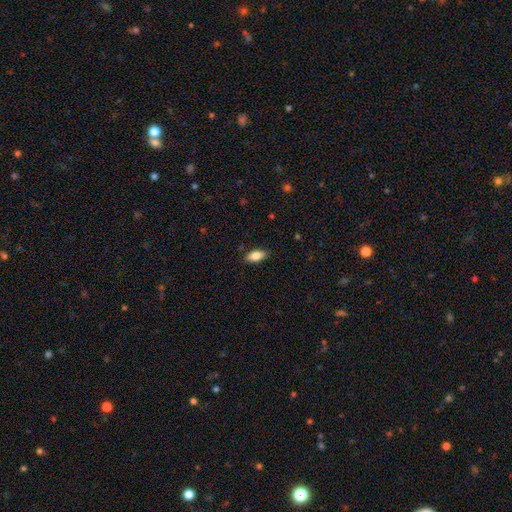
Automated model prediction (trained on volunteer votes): This appears to be a smooth galaxy with no disk features (82%) that is in between round and cigar-shaped (87%). Merging: none (86%).